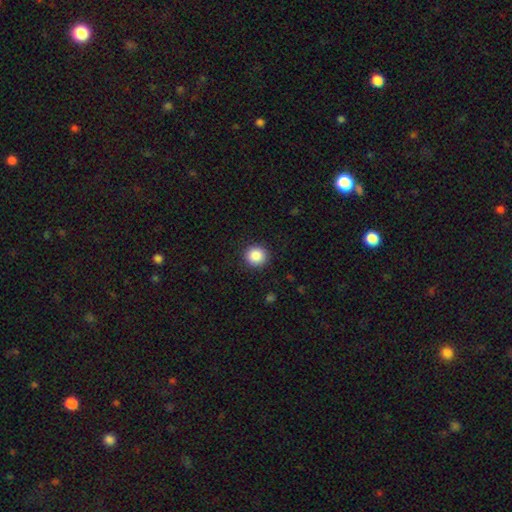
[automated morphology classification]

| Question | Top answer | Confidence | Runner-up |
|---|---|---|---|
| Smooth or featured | smooth | 87% | star or artifact (9%) |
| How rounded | round | 93% | in between (6%) |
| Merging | none | 91% | minor disturbance (6%) |